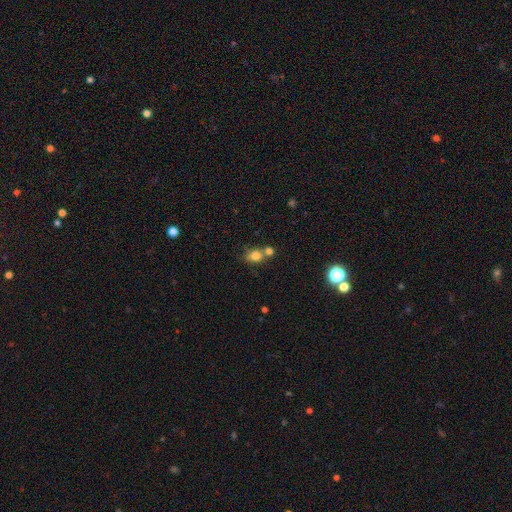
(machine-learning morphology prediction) smooth 78%, star or artifact 12%, featured or disk 10%. Down the decision tree: how rounded — round (52%); merging — none (43%).